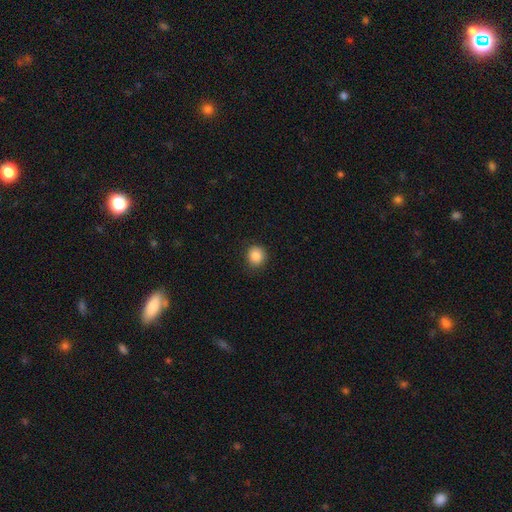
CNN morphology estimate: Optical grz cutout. It shows a smooth galaxy with no disk features (86%) that is round (89%). Merging: none (88%).